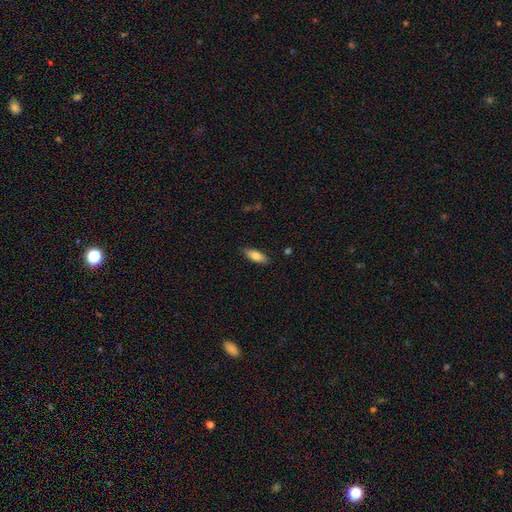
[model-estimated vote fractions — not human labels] Smooth or featured: smooth — 79% (featured or disk — 15%)
How rounded: in between — 72% (cigar-shaped — 26%)
Merging: none — 86% (minor disturbance — 11%)